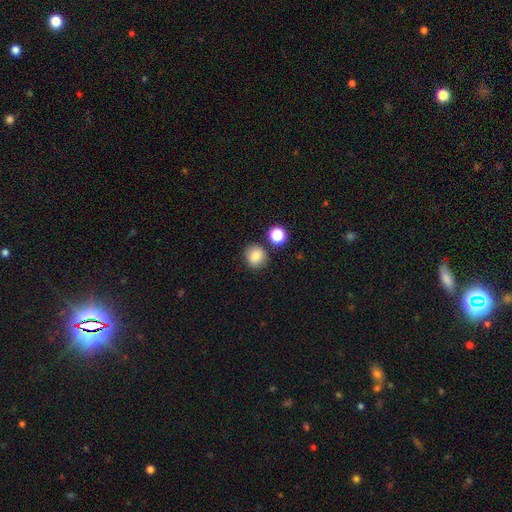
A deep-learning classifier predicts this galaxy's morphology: The model was most divided on "smooth or featured": smooth: 82%, star or artifact: 11%, featured or disk: 7%. More confident: how rounded — round (86%); merging — none (82%).